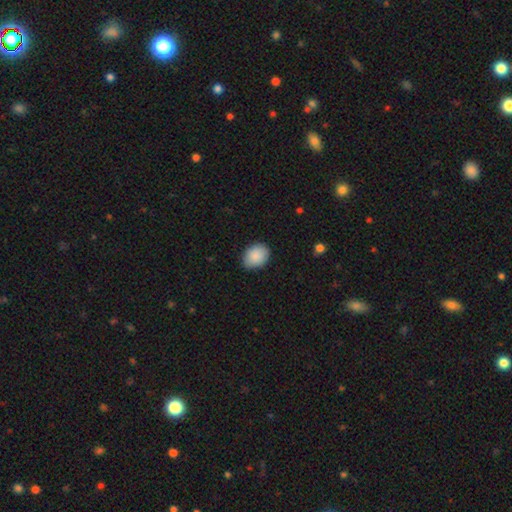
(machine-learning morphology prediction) Smooth or featured: smooth — 89% (star or artifact — 7%)
How rounded: in between — 61% (round — 38%)
Merging: none — 82% (minor disturbance — 15%)